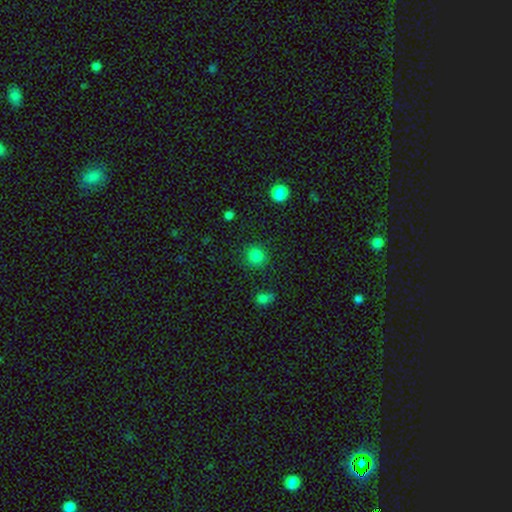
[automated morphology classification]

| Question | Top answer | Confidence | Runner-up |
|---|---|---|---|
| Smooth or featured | smooth | 84% | star or artifact (13%) |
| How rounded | round | 92% | in between (7%) |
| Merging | none | 88% | minor disturbance (7%) |